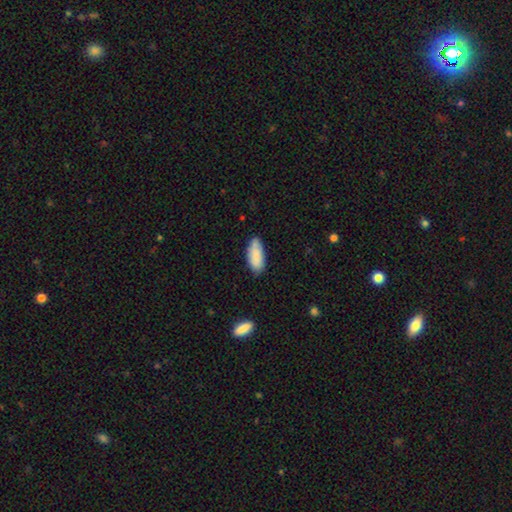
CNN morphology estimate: smooth 84%, featured or disk 10%, star or artifact 6%. Down the decision tree: how rounded — in between (85%); merging — none (75%).